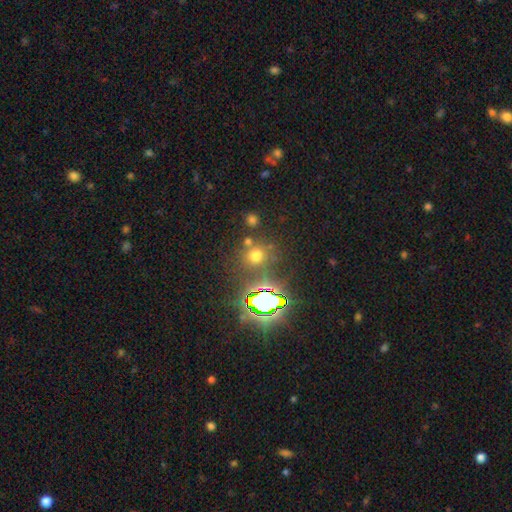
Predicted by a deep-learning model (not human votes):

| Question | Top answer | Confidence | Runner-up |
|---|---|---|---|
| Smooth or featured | smooth | 57% | star or artifact (34%) |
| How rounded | round | 87% | in between (12%) |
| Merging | none | 72% | merger (12%) |